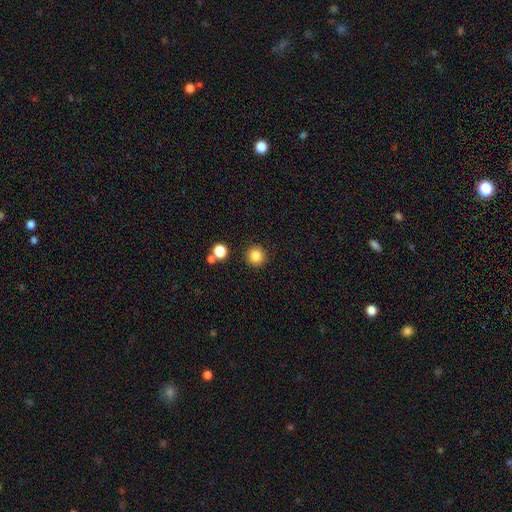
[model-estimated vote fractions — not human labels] Smooth or featured?
  - smooth: 85% *
  - star or artifact: 11%
  - featured or disk: 4%
How rounded?
  - round: 95% *
  - in between: 4%
  - cigar-shaped: 1%
Merging?
  - none: 90% *
  - minor disturbance: 5%
  - merger: 3%
  - major disturbance: 2%